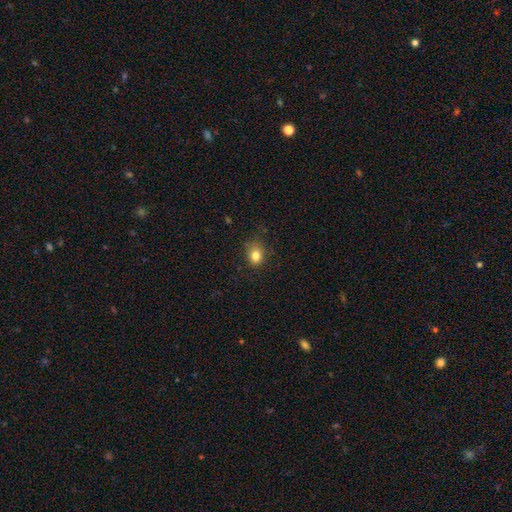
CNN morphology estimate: Overall: smooth (82%). How rounded: round (52%; in between 47%). Merging: none (70%).